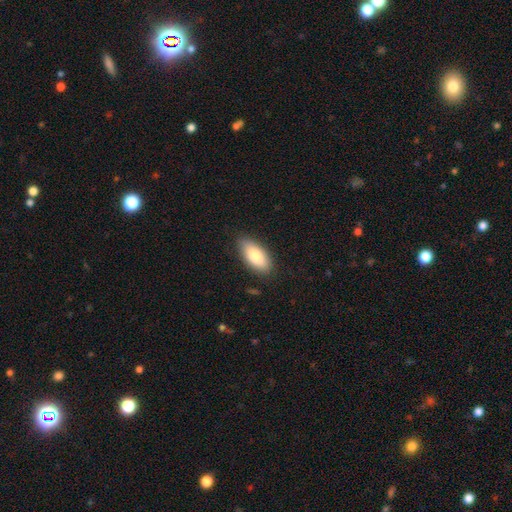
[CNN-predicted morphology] Smooth or featured? smooth (82%)
How rounded? in between (88%)
Merging? none (84%)